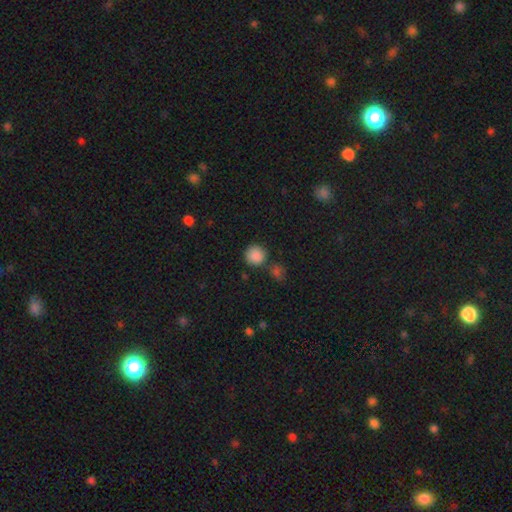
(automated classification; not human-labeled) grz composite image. It shows a smooth galaxy with no disk features (87%) that is round (91%). Merging: none (75%).